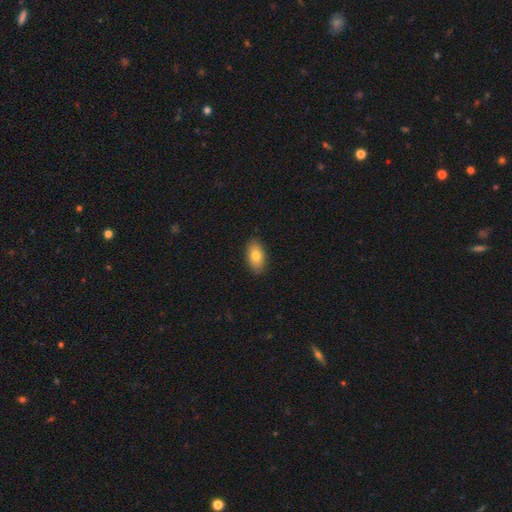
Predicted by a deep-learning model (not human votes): A smooth galaxy with no disk features (78%) that is in between round and cigar-shaped (92%). Merging: none (88%).